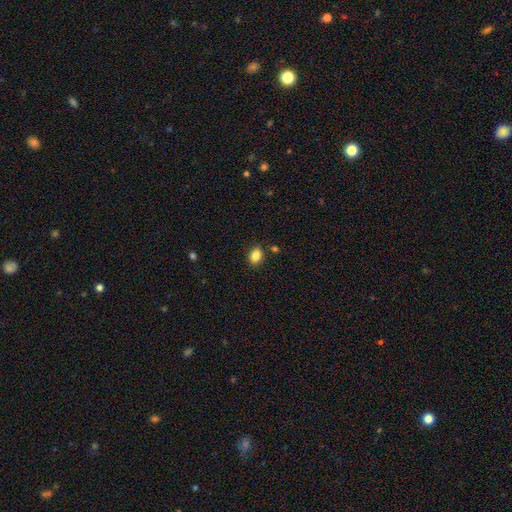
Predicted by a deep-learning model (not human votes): smooth_or_featured: smooth (p=0.85) [alt: star or artifact p=0.10]
how_rounded: in between (p=0.74) [alt: round p=0.25]
merging: none (p=0.85) [alt: minor disturbance p=0.10]